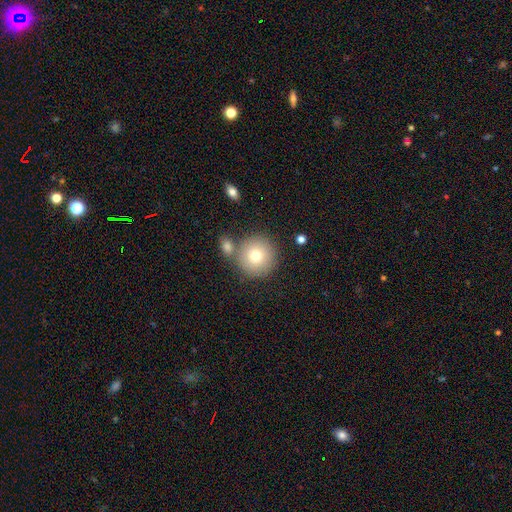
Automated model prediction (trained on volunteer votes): smooth_or_featured: smooth (p=0.75) [alt: featured or disk p=0.14]
how_rounded: round (p=0.95) [alt: in between p=0.04]
merging: none (p=0.73) [alt: merger p=0.16]